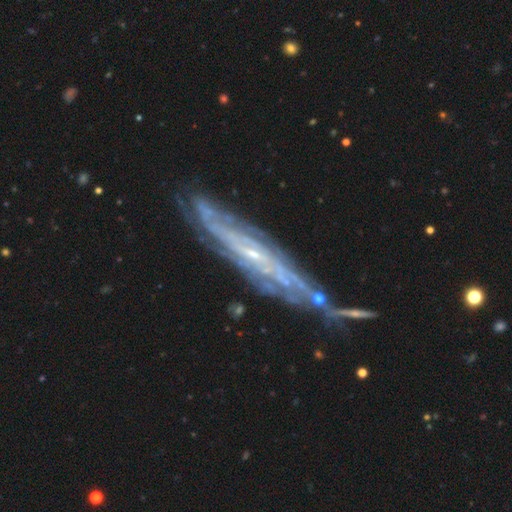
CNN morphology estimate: Smooth or featured: featured or disk — 83% (smooth — 10%)
Edge-on disk: no — 51% (yes — 49%)
Merging: none — 66% (minor disturbance — 21%)